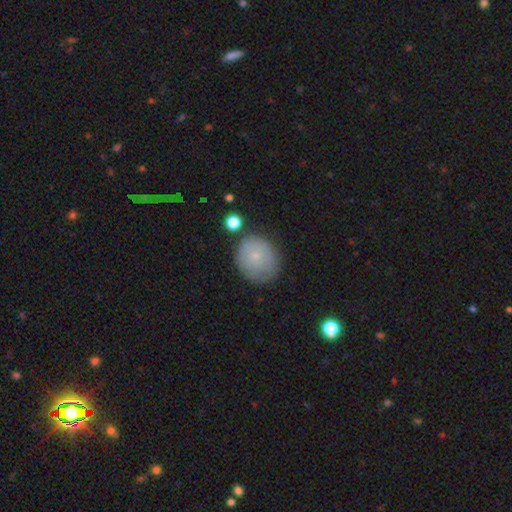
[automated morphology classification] A smooth galaxy with no disk features (74%) that is round (72%). Merging: none (70%).